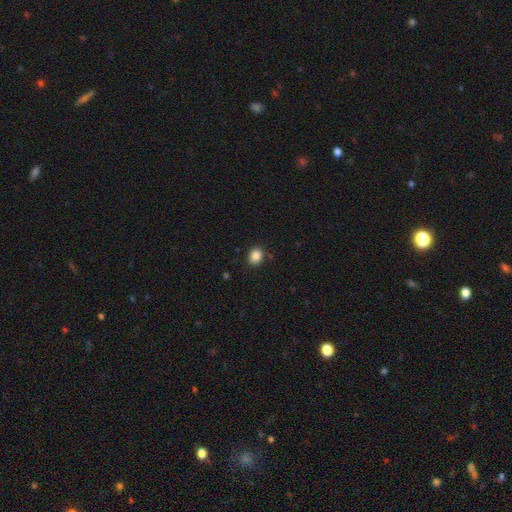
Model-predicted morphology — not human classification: Smooth or featured? smooth (86%)
How rounded? in between (50%)
Merging? none (87%)